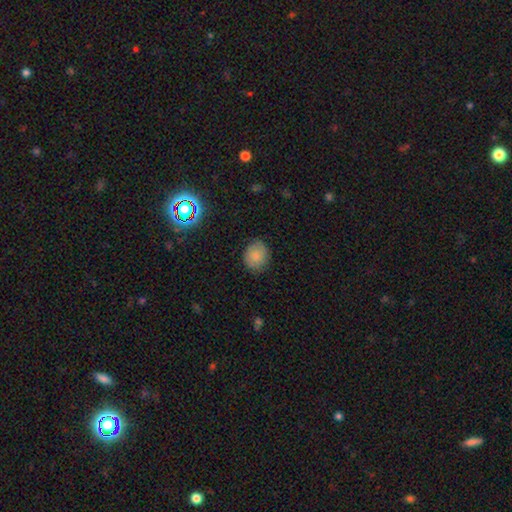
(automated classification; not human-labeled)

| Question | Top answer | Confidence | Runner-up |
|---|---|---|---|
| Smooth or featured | smooth | 78% | featured or disk (12%) |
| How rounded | round | 69% | in between (30%) |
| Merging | none | 81% | minor disturbance (14%) |